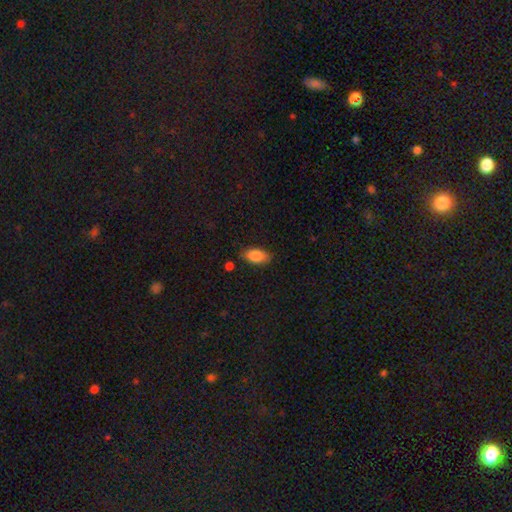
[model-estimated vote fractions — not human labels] smooth-or-featured: smooth: 87% | star or artifact: 7% | featured or disk: 6%
  how-rounded: in between: 92% | round: 4% | cigar-shaped: 4%
  merging: none: 81% | minor disturbance: 14% | major disturbance: 3% | merger: 2%